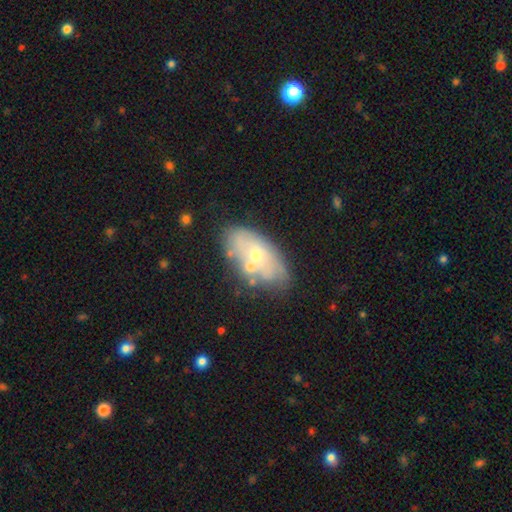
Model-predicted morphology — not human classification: Smooth or featured: featured or disk — 49% (smooth — 42%)
Merging: none — 56% (minor disturbance — 21%)